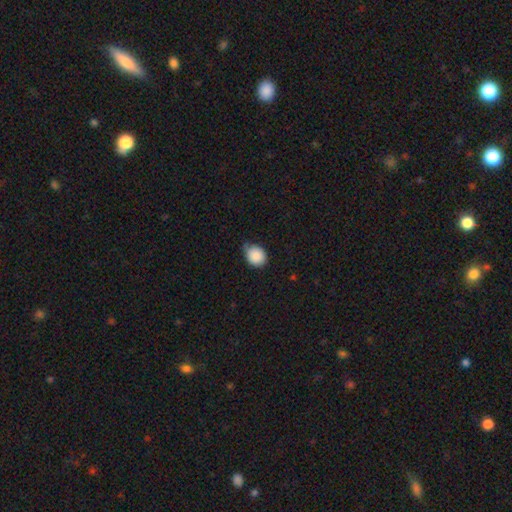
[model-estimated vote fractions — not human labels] smooth 88%, star or artifact 8%, featured or disk 4%. Down the decision tree: how rounded — round (72%); merging — none (54%).